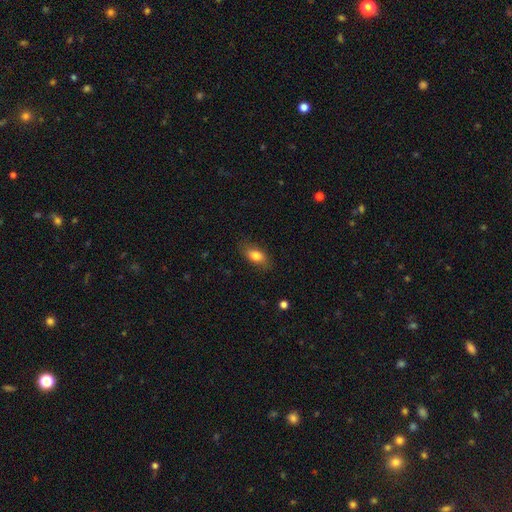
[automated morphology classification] type=smooth (80%); roundness=in between (85%); merging=none (81%).